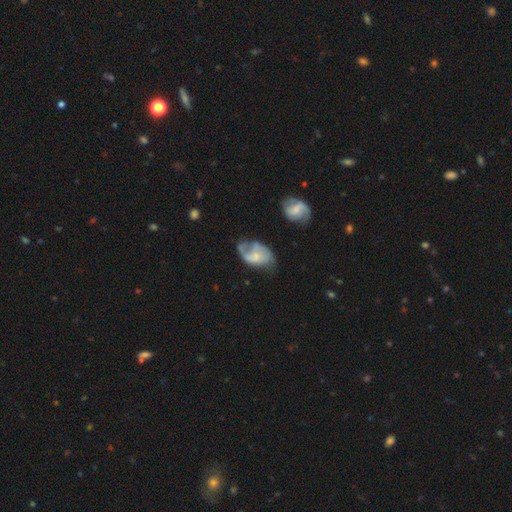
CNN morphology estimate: Smooth or featured?
  - featured or disk: 59% *
  - smooth: 34%
  - star or artifact: 7%
Edge-on disk?
  - no: 96% *
  - yes: 4%
Bar?
  - no: 67% *
  - weak: 29%
  - strong: 5%
Spiral arms?
  - yes: 73% *
  - no: 27%
Bulge size?
  - small: 50% *
  - moderate: 25%
  - none: 20%
  - large: 3%
  - dominant: 1%
Merging?
  - none: 34% *
  - major disturbance: 30%
  - minor disturbance: 29%
  - merger: 7%